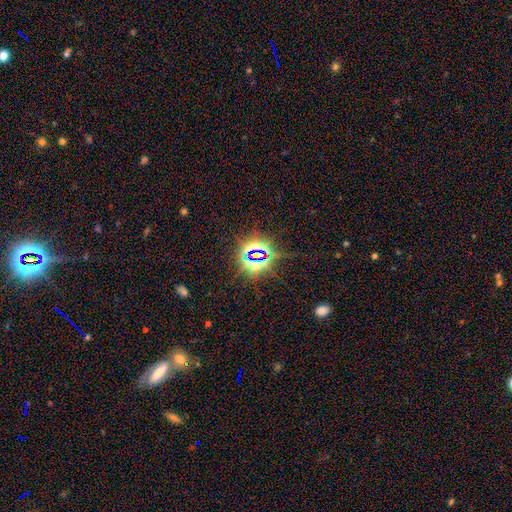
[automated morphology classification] Smooth or featured? Predicted: star or artifact (p=0.82).